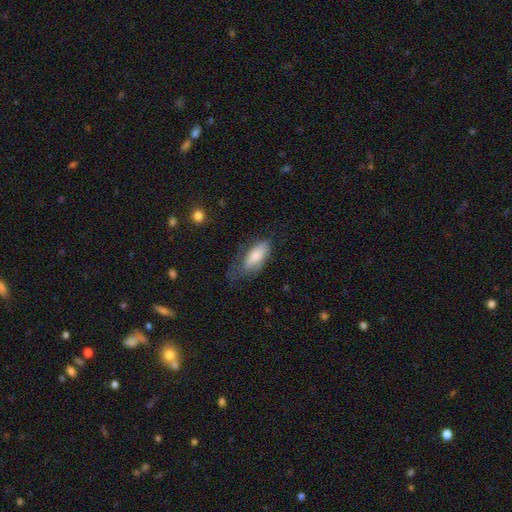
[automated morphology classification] smooth 78%, featured or disk 16%, star or artifact 6%. Down the decision tree: how rounded — in between (83%); merging — none (46%).